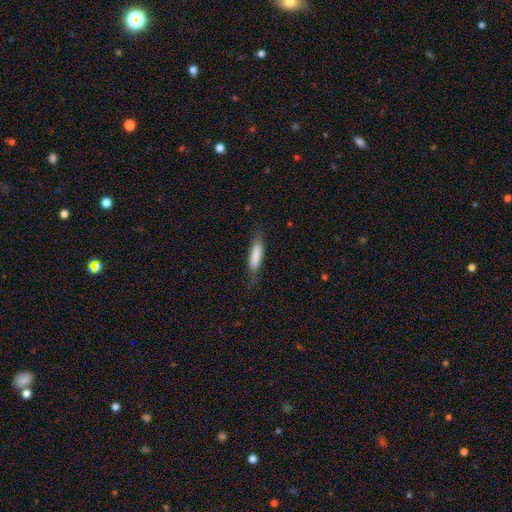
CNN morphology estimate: The model was most divided on "how rounded": cigar-shaped: 71%, in between: 27%, round: 2%. More confident: smooth or featured — smooth (79%); merging — none (73%).